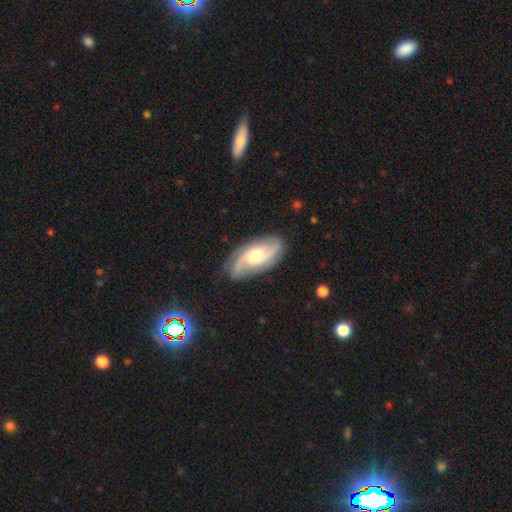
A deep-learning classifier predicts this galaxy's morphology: Q: Smooth or featured?
A: featured or disk (82%); runner-up: smooth (12%)
Q: Edge-on disk?
A: no (94%); runner-up: yes (6%)
Q: Bar?
A: no (55%); runner-up: weak (37%)
Q: Spiral arms?
A: yes (96%); runner-up: no (4%)
Q: Spiral winding?
A: medium (48%); runner-up: loose (28%)
Q: Spiral arm count?
A: 2 (76%); runner-up: 3 (10%)
Q: Bulge size?
A: moderate (60%); runner-up: small (20%)
Q: Merging?
A: none (81%); runner-up: minor disturbance (14%)